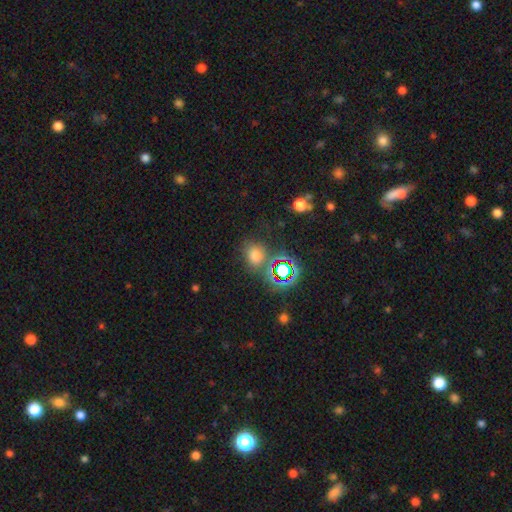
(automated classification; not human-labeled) Smooth or featured? Predicted: smooth (p=0.64). How rounded? Predicted: round (p=0.65). Merging? Predicted: none (p=0.71).